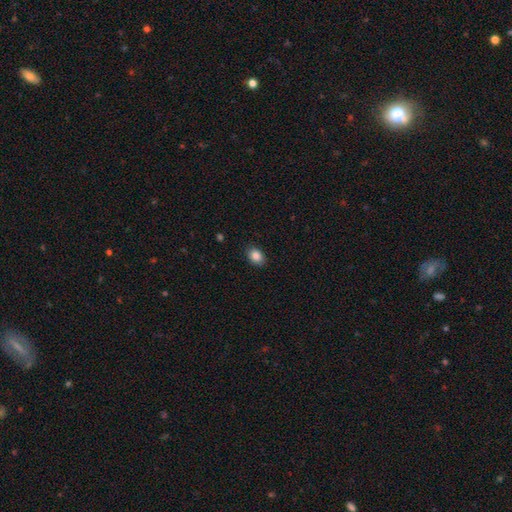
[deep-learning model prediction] This appears to be a smooth galaxy with no disk features (87%) that is in between round and cigar-shaped (74%). Merging: none (87%).